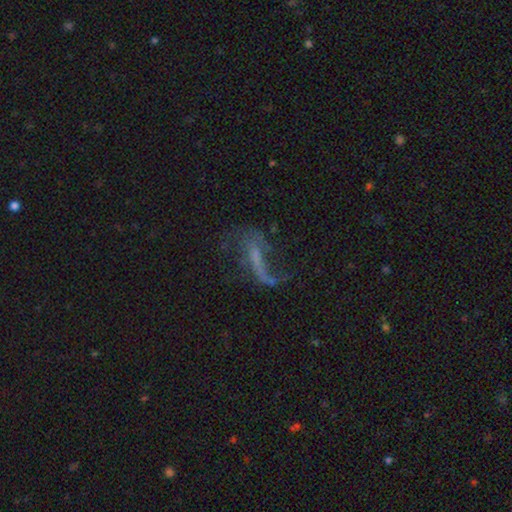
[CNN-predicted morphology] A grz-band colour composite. It shows a featured or disk galaxy (60%) with no bar (48%), spiral arms (58%) and no central bulge (58%). Merging: major disturbance (40%).